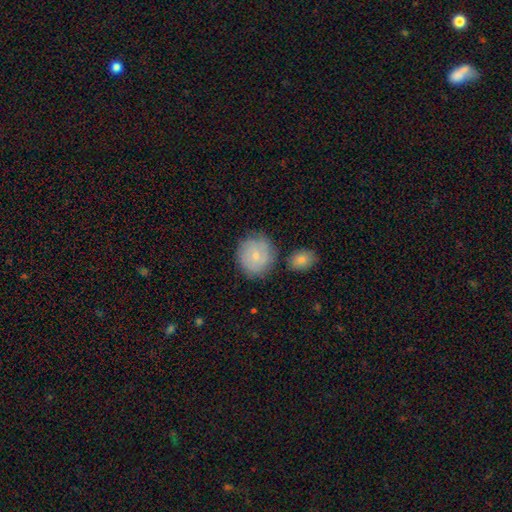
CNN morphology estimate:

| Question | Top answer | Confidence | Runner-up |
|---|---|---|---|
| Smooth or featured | smooth | 63% | featured or disk (30%) |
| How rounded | round | 86% | in between (13%) |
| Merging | none | 73% | minor disturbance (16%) |